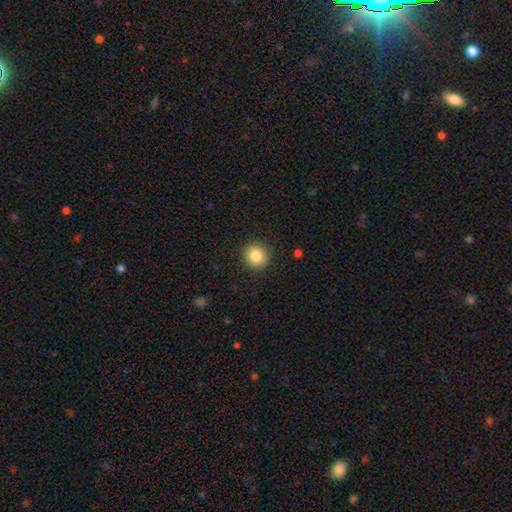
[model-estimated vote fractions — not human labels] Overall: smooth (85%). How rounded: round (93%). Merging: none (91%).